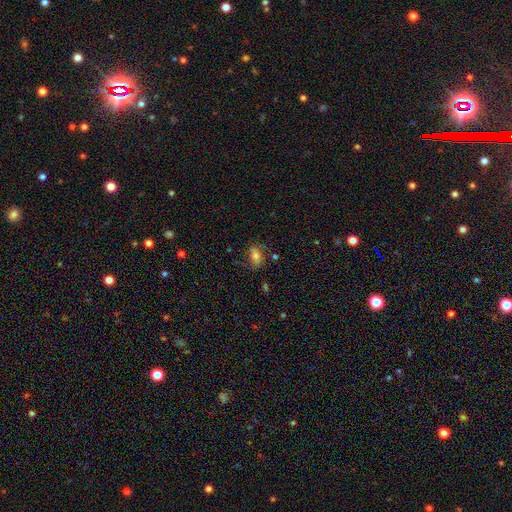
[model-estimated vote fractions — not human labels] This is likely a smooth galaxy (72%). How rounded: clearly in between (87%). Merging: likely none (67%).